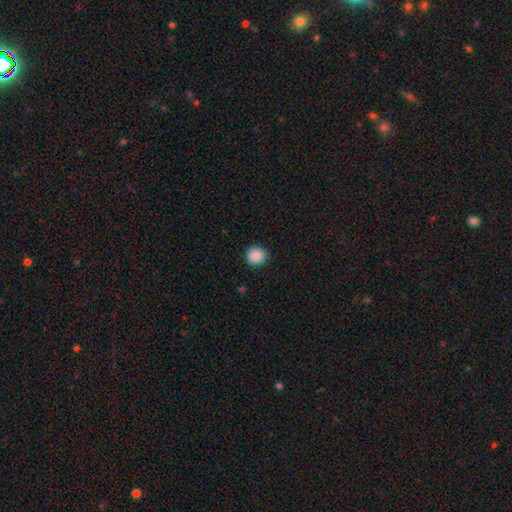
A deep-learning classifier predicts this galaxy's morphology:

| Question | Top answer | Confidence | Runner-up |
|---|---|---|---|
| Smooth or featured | smooth | 89% | star or artifact (9%) |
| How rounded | round | 89% | in between (10%) |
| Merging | none | 91% | minor disturbance (6%) |